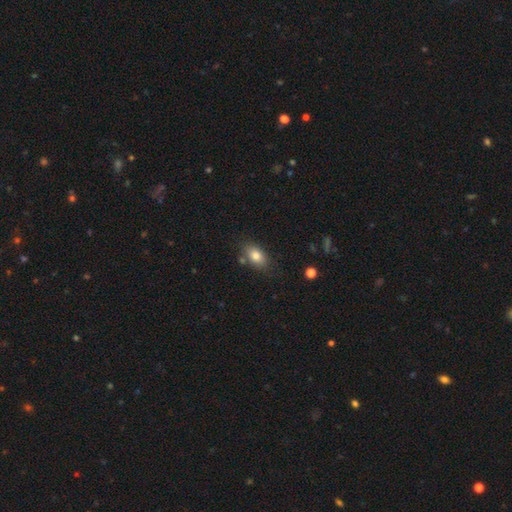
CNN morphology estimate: Smooth or featured? smooth (81%)
How rounded? in between (87%)
Merging? none (75%)